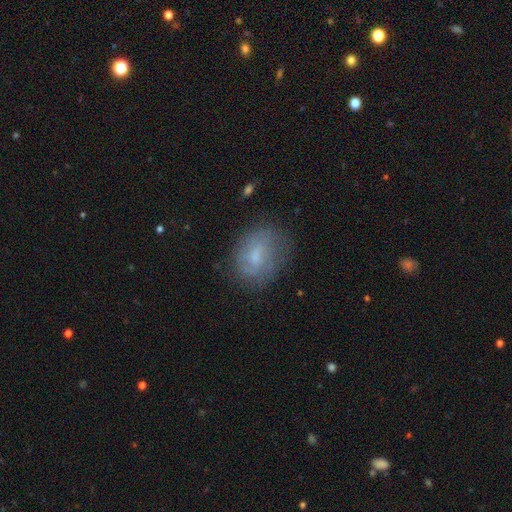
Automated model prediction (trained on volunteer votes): smooth-or-featured: smooth: 52% | featured or disk: 38% | star or artifact: 11%
  how-rounded: in between: 56% | round: 42% | cigar-shaped: 1%
  merging: none: 71% | minor disturbance: 20% | major disturbance: 8% | merger: 1%